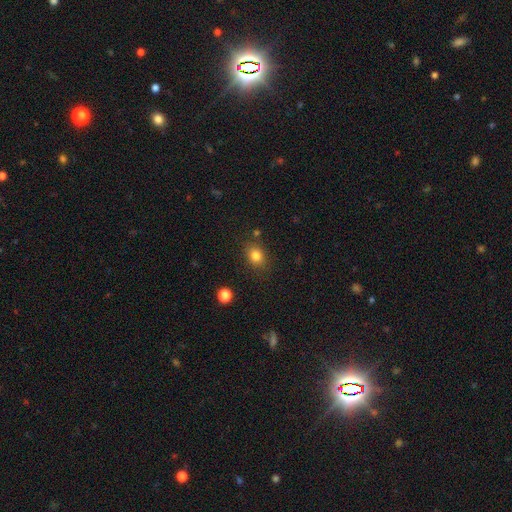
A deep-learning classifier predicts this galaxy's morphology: Smooth or featured? Predicted: smooth (p=0.81). How rounded? Predicted: in between (p=0.51). Merging? Predicted: none (p=0.82).